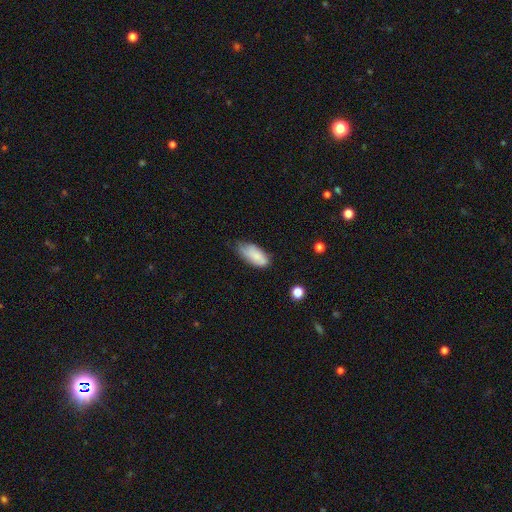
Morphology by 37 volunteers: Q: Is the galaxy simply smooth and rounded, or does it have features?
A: smooth — 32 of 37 (86%).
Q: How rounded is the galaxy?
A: in between — 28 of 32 (88%).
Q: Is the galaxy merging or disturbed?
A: minor disturbance — 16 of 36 (44%).